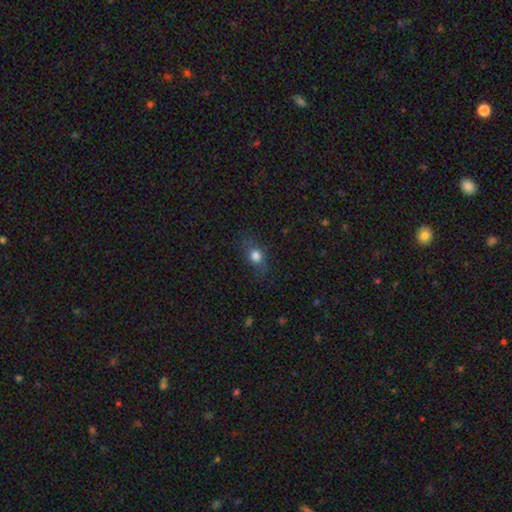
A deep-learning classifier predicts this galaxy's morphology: Smooth or featured? smooth (75%)
How rounded? in between (52%)
Merging? none (73%)